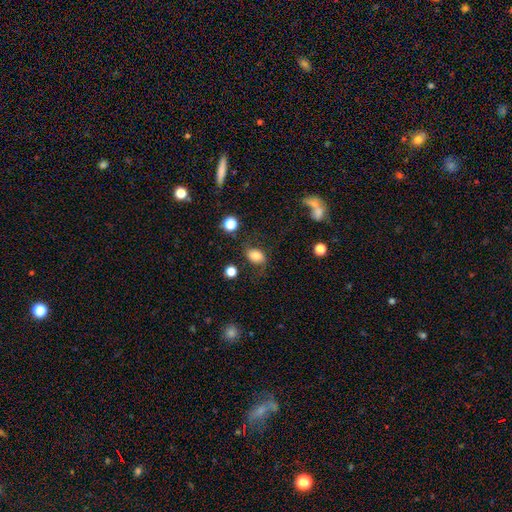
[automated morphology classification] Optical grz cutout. It shows a smooth galaxy with no disk features (73%) that is in between round and cigar-shaped (76%). Merging: none (67%).